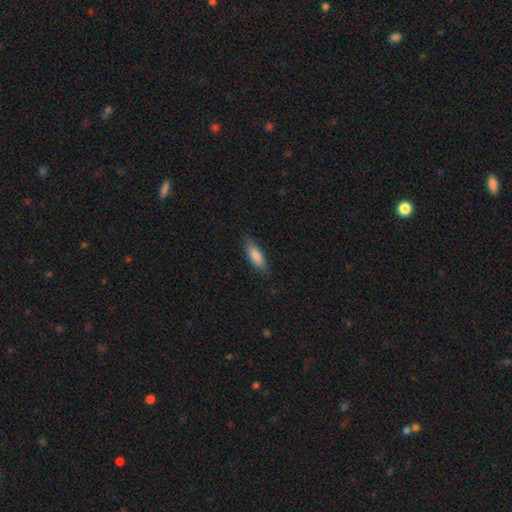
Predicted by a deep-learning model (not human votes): Q: Smooth or featured?
A: smooth (83%); runner-up: featured or disk (11%)
Q: How rounded?
A: in between (60%); runner-up: cigar-shaped (38%)
Q: Merging?
A: none (80%); runner-up: minor disturbance (16%)